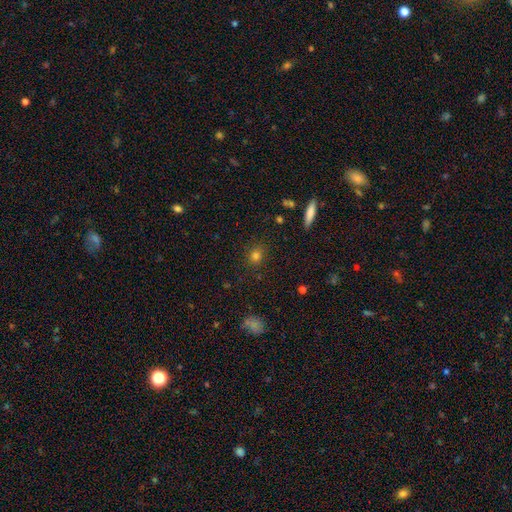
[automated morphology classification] smooth_or_featured: smooth (p=0.78) [alt: star or artifact p=0.15]
how_rounded: round (p=0.75) [alt: in between p=0.23]
merging: none (p=0.87) [alt: minor disturbance p=0.09]